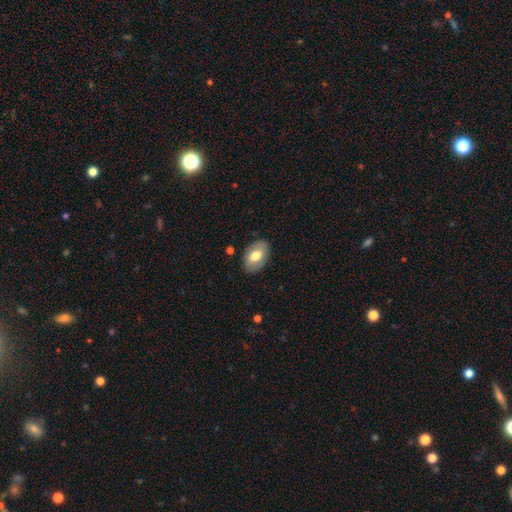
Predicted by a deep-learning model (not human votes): Smooth or featured: smooth — 66% (featured or disk — 28%)
How rounded: in between — 90% (round — 9%)
Merging: none — 85% (minor disturbance — 11%)